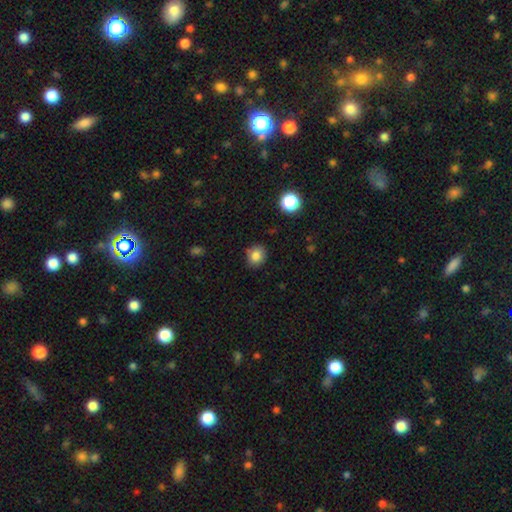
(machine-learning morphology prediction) Smooth or featured? Predicted: smooth (p=0.82). How rounded? Predicted: round (p=0.74). Merging? Predicted: none (p=0.82).